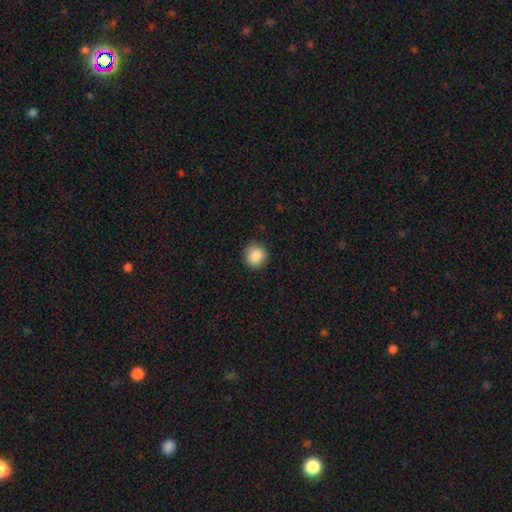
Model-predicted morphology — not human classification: Q: Smooth or featured?
A: smooth (88%); runner-up: star or artifact (9%)
Q: How rounded?
A: round (92%); runner-up: in between (7%)
Q: Merging?
A: none (90%); runner-up: minor disturbance (7%)